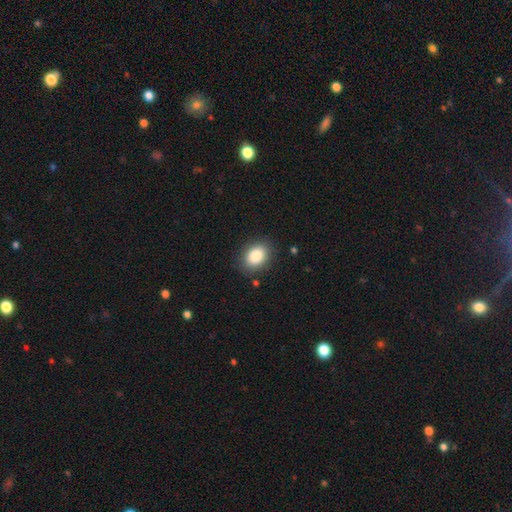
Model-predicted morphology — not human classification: smooth 86%, star or artifact 8%, featured or disk 6%. Down the decision tree: how rounded — in between (70%); merging — none (85%).